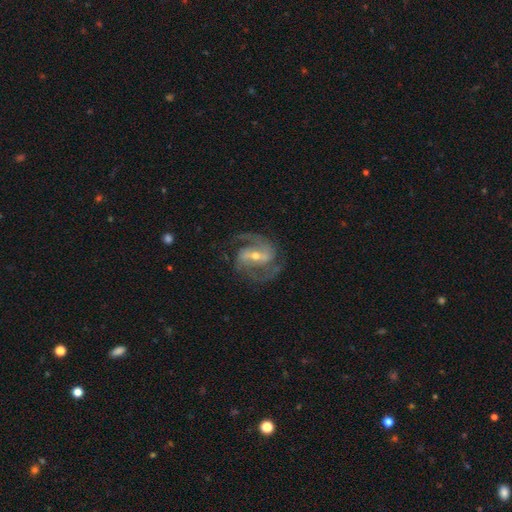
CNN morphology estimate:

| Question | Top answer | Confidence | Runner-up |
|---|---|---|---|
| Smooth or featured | featured or disk | 91% | star or artifact (5%) |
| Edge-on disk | no | 97% | yes (3%) |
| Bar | strong | 45% | weak (39%) |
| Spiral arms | yes | 98% | no (2%) |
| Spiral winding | medium | 61% | tight (23%) |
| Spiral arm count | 2 | 87% | 3 (6%) |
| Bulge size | moderate | 51% | small (45%) |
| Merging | none | 77% | minor disturbance (13%) |